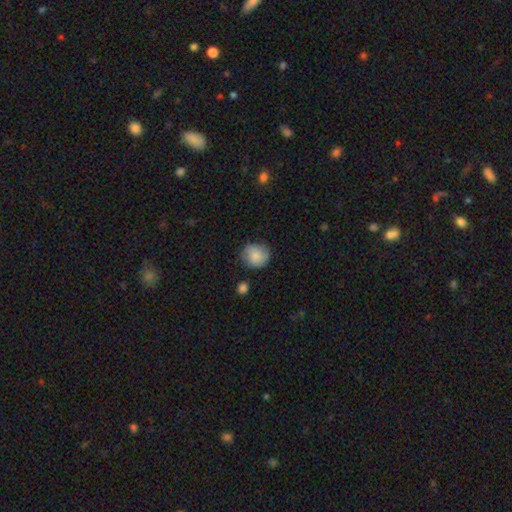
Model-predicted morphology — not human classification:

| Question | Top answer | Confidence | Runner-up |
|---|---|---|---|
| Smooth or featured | smooth | 74% | featured or disk (18%) |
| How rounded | round | 85% | in between (14%) |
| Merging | none | 77% | minor disturbance (17%) |